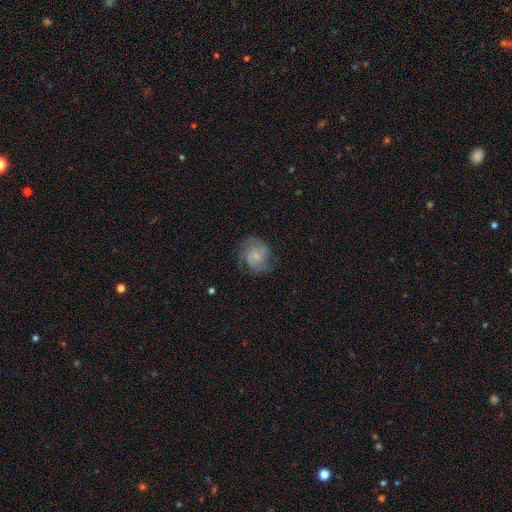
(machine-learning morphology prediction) Smooth or featured: featured or disk — 53% (smooth — 39%)
Edge-on disk: no — 98% (yes — 2%)
Bar: no — 66% (weak — 30%)
Spiral arms: yes — 86% (no — 14%)
Bulge size: small — 55% (none — 21%)
Merging: none — 64% (minor disturbance — 22%)